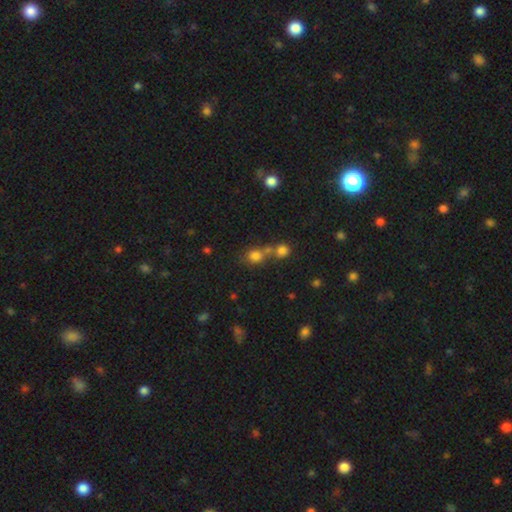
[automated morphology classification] Overall: smooth (75%). How rounded: round (80%). Merging: none (46%; merger 41%).